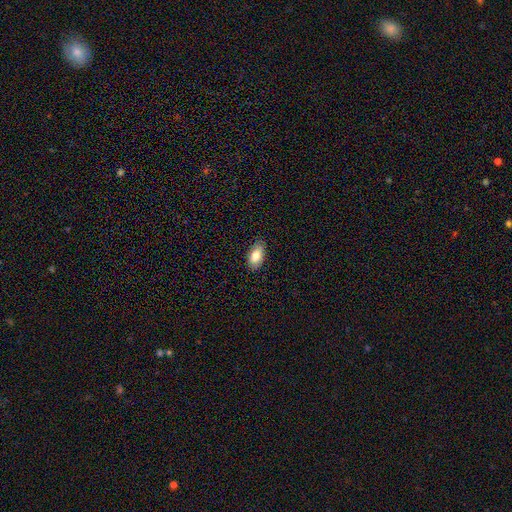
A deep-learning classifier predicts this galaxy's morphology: smooth-or-featured: smooth: 79% | featured or disk: 14% | star or artifact: 7%
  how-rounded: in between: 92% | round: 5% | cigar-shaped: 3%
  merging: none: 85% | minor disturbance: 12% | major disturbance: 2% | merger: 1%